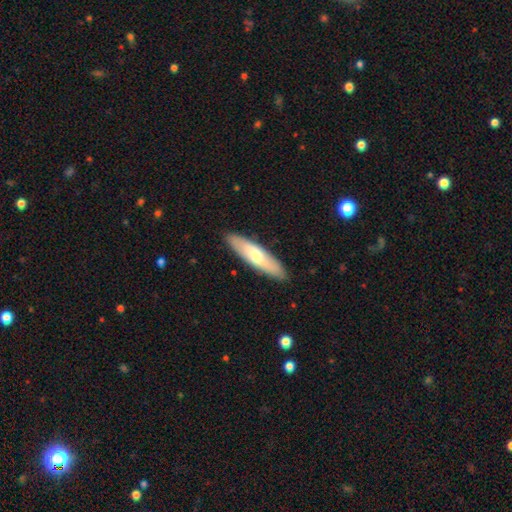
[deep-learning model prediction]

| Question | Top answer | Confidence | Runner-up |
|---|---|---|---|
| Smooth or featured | smooth | 56% | featured or disk (39%) |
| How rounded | cigar-shaped | 70% | in between (28%) |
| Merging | none | 89% | minor disturbance (8%) |